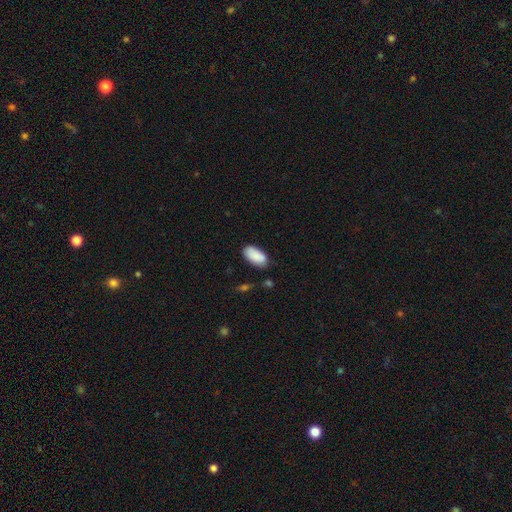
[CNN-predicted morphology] Smooth or featured?
  - smooth: 89% *
  - star or artifact: 6%
  - featured or disk: 5%
How rounded?
  - in between: 94% *
  - cigar-shaped: 4%
  - round: 2%
Merging?
  - none: 73% *
  - minor disturbance: 19%
  - major disturbance: 4%
  - merger: 4%